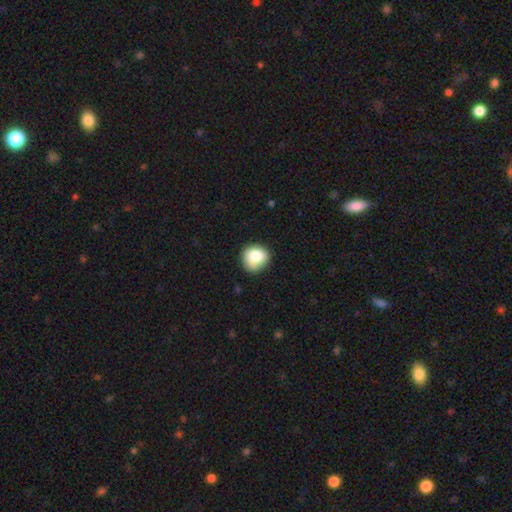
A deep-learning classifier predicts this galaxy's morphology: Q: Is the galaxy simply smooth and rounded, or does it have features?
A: smooth — 82%.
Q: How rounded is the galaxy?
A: round — 83%.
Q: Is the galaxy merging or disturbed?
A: none — 74%.